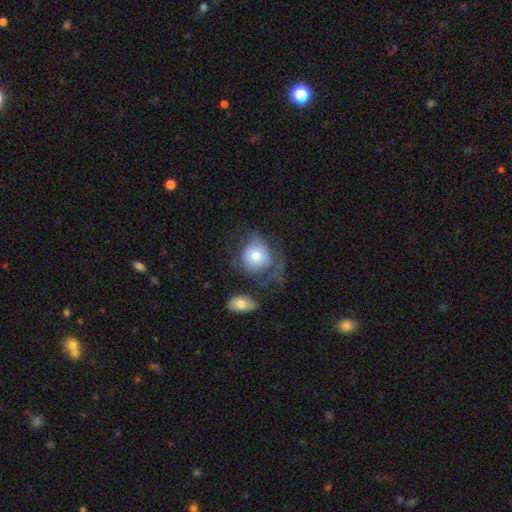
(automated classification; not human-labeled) Morphology: type=smooth (60%); roundness=round (64%); merging=major disturbance (42%).